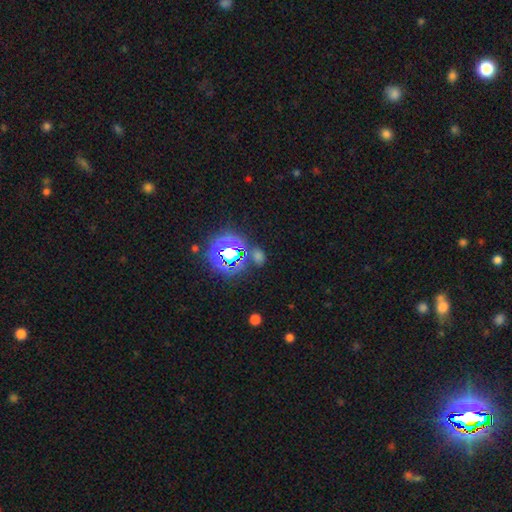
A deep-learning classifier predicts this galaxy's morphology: Smooth or featured? star or artifact (70%)